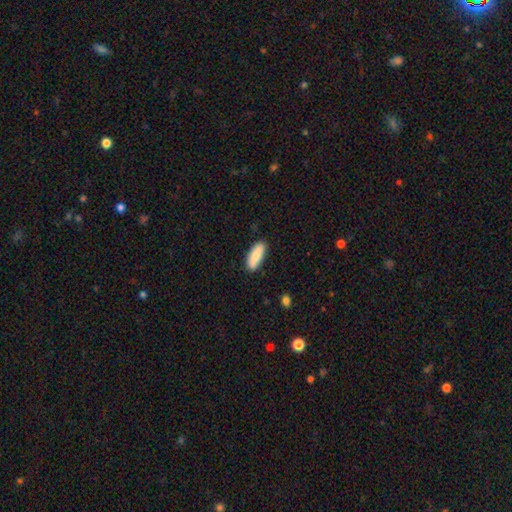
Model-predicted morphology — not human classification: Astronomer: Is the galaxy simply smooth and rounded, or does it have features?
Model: smooth — 80%.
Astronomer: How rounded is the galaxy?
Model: in between — 72%.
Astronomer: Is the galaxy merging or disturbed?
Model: none — 79%.